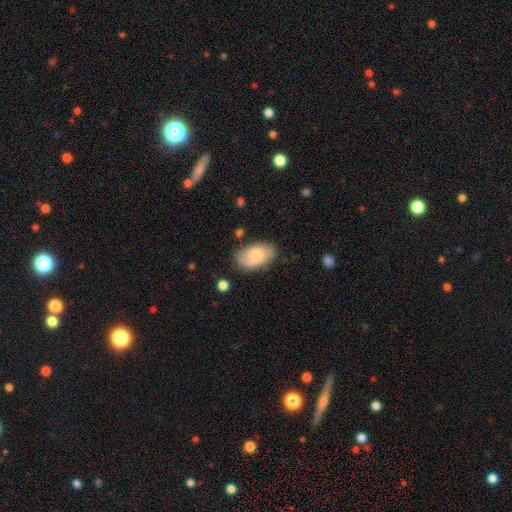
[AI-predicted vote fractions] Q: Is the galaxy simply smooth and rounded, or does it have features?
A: smooth — 73%.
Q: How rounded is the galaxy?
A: in between — 93%.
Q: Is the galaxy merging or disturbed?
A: none — 75%.